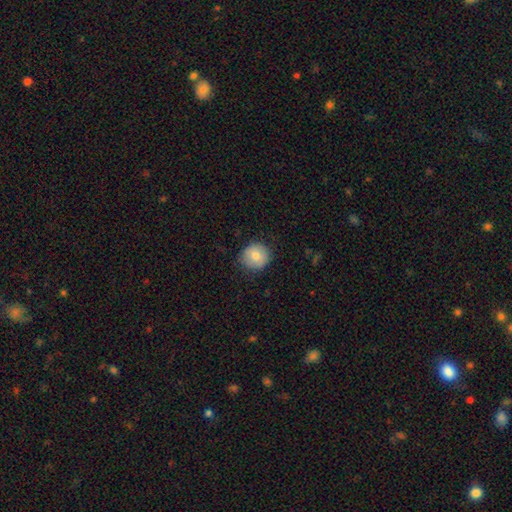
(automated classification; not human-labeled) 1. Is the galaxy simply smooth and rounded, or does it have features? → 78% smooth, 13% featured or disk, 8% star or artifact.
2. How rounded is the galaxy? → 89% round, 10% in between, 1% cigar-shaped.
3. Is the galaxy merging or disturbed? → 82% none, 14% minor disturbance, 3% major disturbance, 1% merger.